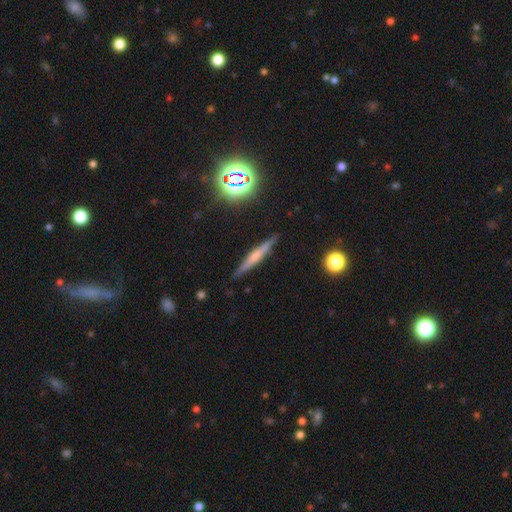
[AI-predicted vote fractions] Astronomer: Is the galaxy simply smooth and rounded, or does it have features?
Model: featured or disk — 55% (runner-up: smooth, 33%).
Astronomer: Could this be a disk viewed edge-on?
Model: yes — 96%.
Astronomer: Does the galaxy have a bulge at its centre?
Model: rounded — 58%.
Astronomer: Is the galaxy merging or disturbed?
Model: none — 88%.